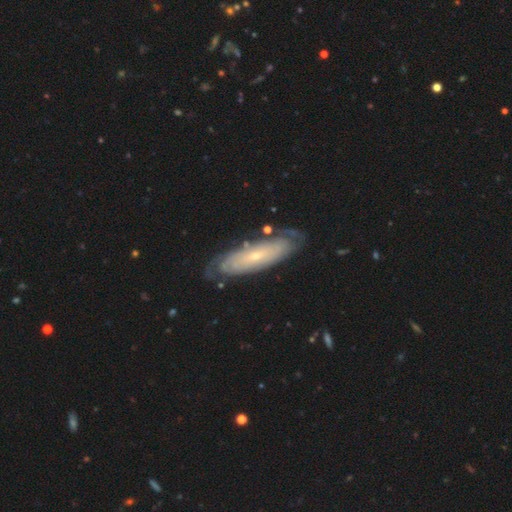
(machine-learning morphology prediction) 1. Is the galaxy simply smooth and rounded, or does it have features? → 70% featured or disk, 24% smooth, 6% star or artifact.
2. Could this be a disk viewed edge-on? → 78% no, 22% yes.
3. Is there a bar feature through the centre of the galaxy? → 79% no, 16% weak, 5% strong.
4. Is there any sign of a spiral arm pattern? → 77% yes, 23% no.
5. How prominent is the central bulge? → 80% small, 17% moderate, 1% none, 1% large, 1% dominant.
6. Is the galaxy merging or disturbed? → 76% none, 17% minor disturbance, 5% major disturbance, 2% merger.